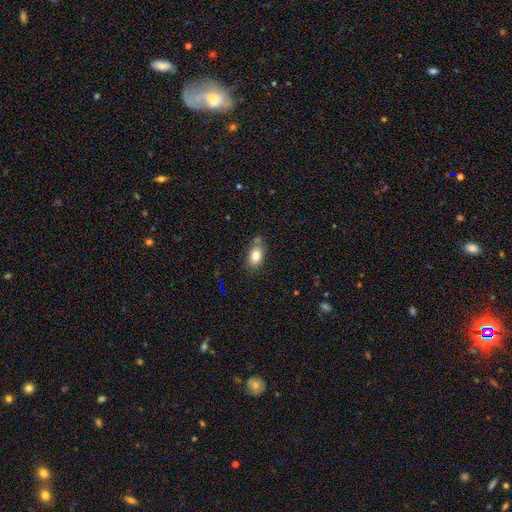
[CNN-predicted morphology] The model was most divided on "merging": none: 70%, minor disturbance: 17%, merger: 9%, major disturbance: 4%. More confident: how rounded — in between (86%); smooth or featured — smooth (81%).